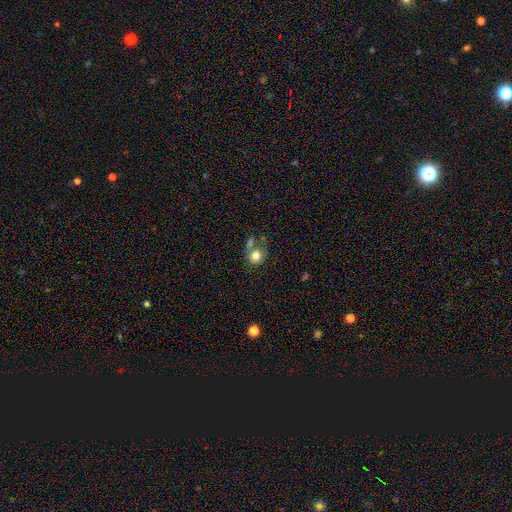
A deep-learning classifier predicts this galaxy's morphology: A smooth galaxy with no disk features (77%) that is round (71%).

Vote fractions:
- Smooth or featured? smooth: 77% / featured or disk: 13% / star or artifact: 10%
- How rounded? round: 71% / in between: 28% / cigar-shaped: 1%
- Merging? none: 42% / merger: 28% / minor disturbance: 17% / major disturbance: 12%